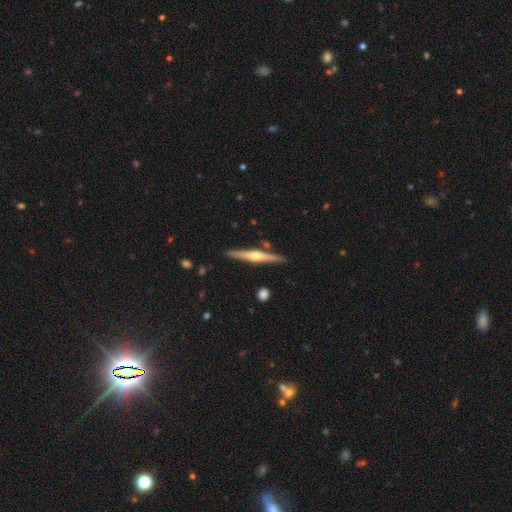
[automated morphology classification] featured or disk 72%, smooth 23%, star or artifact 5%. Down the decision tree: edge-on disk — yes (98%); edge-on bulge — rounded (92%); merging — none (88%).